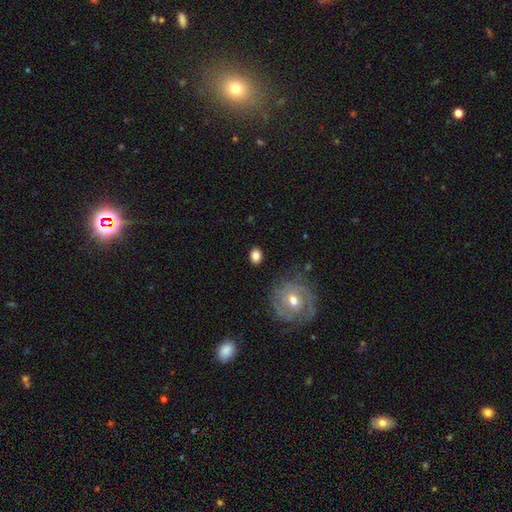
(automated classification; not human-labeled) Smooth or featured: smooth — 82% (featured or disk — 10%)
How rounded: in between — 59% (round — 39%)
Merging: none — 85% (minor disturbance — 10%)